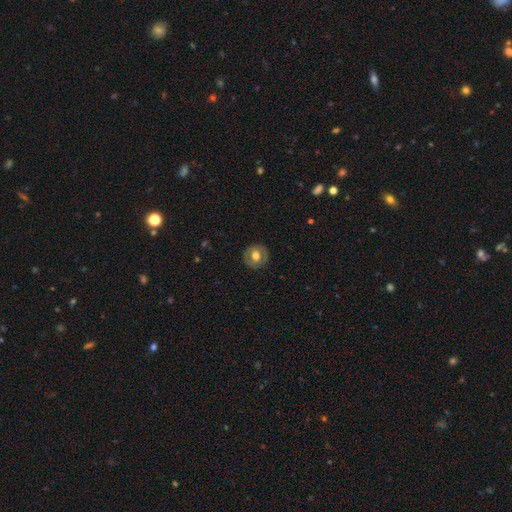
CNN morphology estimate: Smooth or featured?
  - smooth: 56% *
  - featured or disk: 36%
  - star or artifact: 7%
How rounded?
  - round: 88% *
  - in between: 11%
  - cigar-shaped: 1%
Merging?
  - none: 87% *
  - minor disturbance: 9%
  - major disturbance: 3%
  - merger: 1%